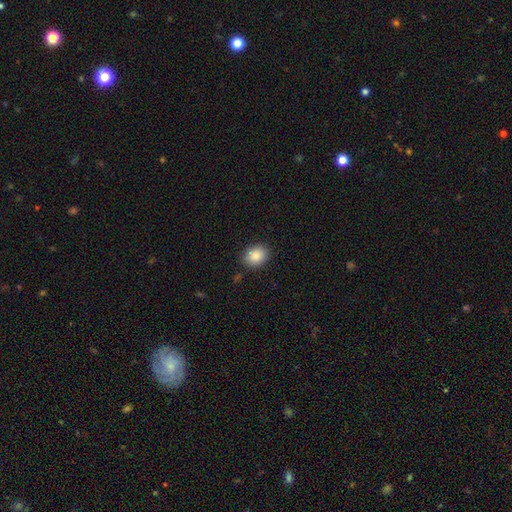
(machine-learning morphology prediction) The model was most divided on "how rounded": in between: 55%, round: 44%, cigar-shaped: 1%. More confident: smooth or featured — smooth (87%); merging — none (86%).